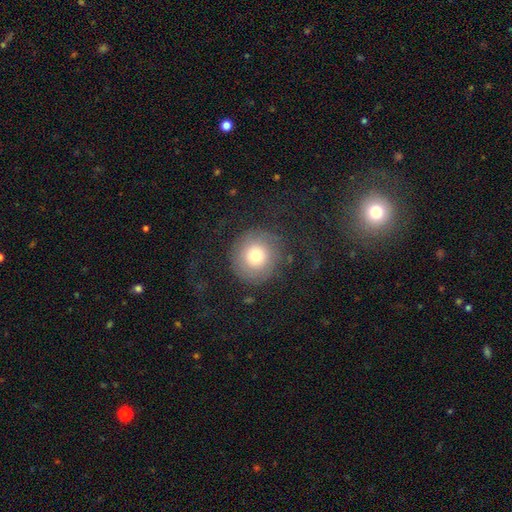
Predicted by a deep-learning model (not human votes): The model was most divided on "smooth or featured": smooth: 66%, featured or disk: 24%, star or artifact: 10%. More confident: how rounded — round (91%); merging — none (68%).